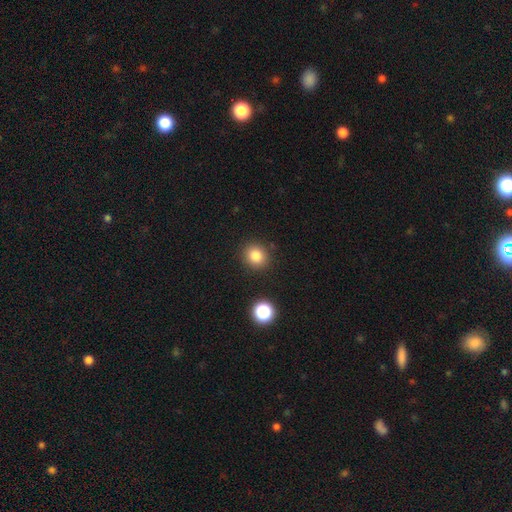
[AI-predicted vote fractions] Smooth or featured? smooth (82%)
How rounded? round (82%)
Merging? none (88%)